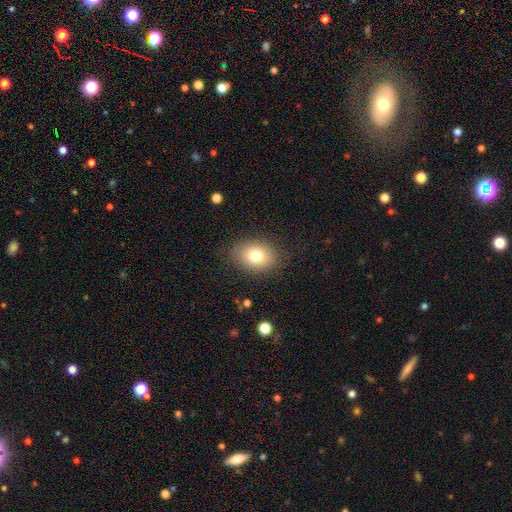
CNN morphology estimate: Q: Smooth or featured?
A: smooth (78%); runner-up: featured or disk (12%)
Q: How rounded?
A: in between (71%); runner-up: round (28%)
Q: Merging?
A: none (85%); runner-up: minor disturbance (11%)